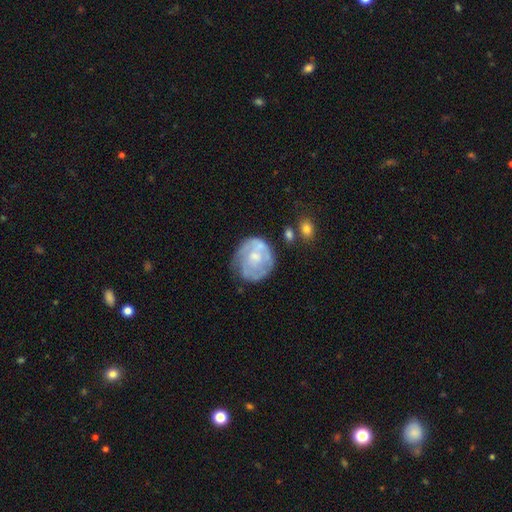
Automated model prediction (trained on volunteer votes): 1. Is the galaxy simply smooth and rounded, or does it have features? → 62% featured or disk, 32% smooth, 6% star or artifact.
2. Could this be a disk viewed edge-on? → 98% no, 2% yes.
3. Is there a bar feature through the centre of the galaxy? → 78% no, 19% weak, 3% strong.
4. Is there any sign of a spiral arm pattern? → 62% yes, 38% no.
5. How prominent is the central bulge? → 46% small, 41% moderate, 8% none, 4% large, 1% dominant.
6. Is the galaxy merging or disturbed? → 57% none, 26% minor disturbance, 13% major disturbance, 4% merger.